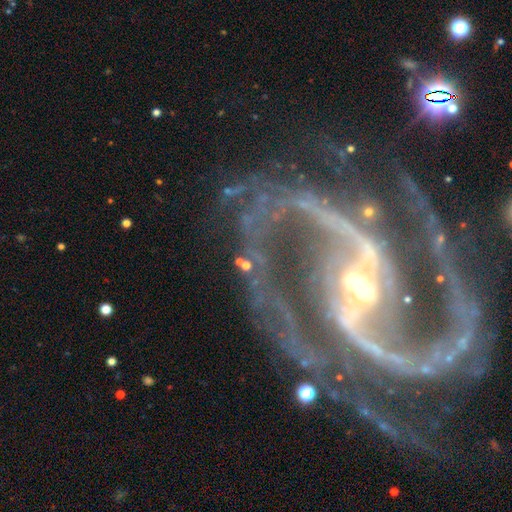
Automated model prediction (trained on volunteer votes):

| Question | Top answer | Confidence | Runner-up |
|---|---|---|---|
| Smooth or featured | featured or disk | 89% | star or artifact (7%) |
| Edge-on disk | no | 96% | yes (4%) |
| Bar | strong | 53% | weak (29%) |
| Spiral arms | yes | 92% | no (8%) |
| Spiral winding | medium | 42% | loose (40%) |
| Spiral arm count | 2 | 66% | can't tell (10%) |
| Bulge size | moderate | 50% | small (38%) |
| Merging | none | 49% | major disturbance (28%) |